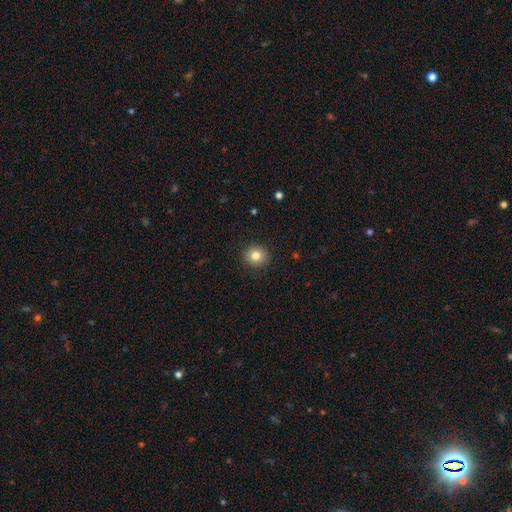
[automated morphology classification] smooth 81%, star or artifact 11%, featured or disk 8%. Down the decision tree: how rounded — round (90%); merging — none (91%).